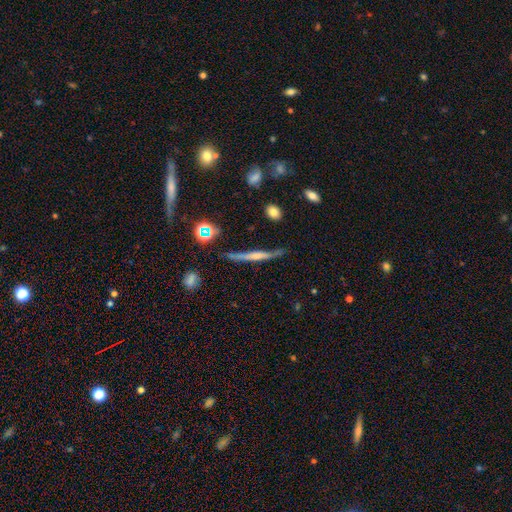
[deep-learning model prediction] The model was most divided on "edge-on bulge": rounded: 50%, none: 34%, boxy: 17%. More confident: edge-on disk — yes (95%); merging — none (78%); smooth or featured — featured or disk (62%).